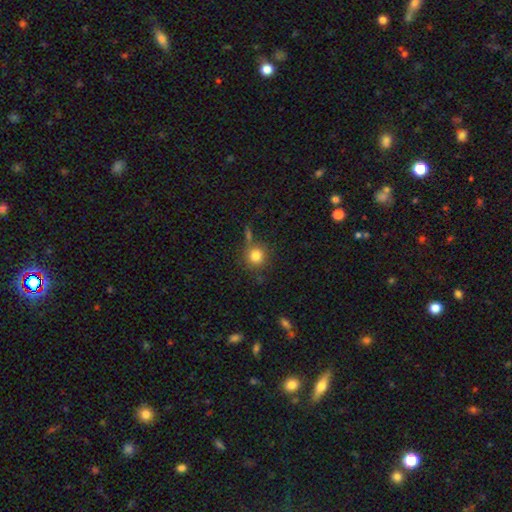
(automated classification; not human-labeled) A smooth galaxy with no disk features (82%) that is round (91%).

Vote fractions:
- Smooth or featured? smooth: 82% / star or artifact: 11% / featured or disk: 8%
- How rounded? round: 91% / in between: 8% / cigar-shaped: 1%
- Merging? none: 70% / minor disturbance: 13% / merger: 12% / major disturbance: 5%